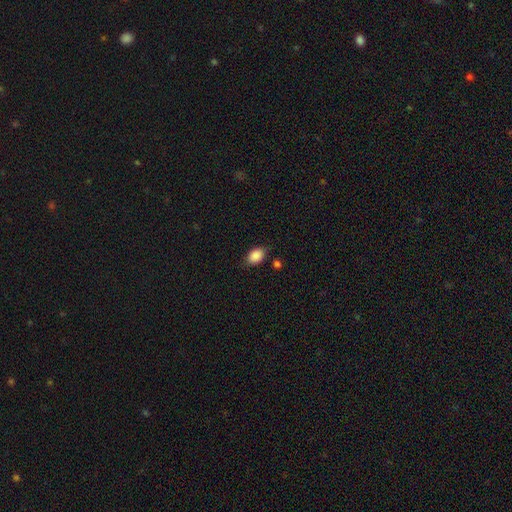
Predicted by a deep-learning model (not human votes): smooth-or-featured: smooth: 88% | star or artifact: 8% | featured or disk: 4%
  how-rounded: in between: 79% | round: 19% | cigar-shaped: 1%
  merging: none: 76% | minor disturbance: 18% | major disturbance: 4% | merger: 3%